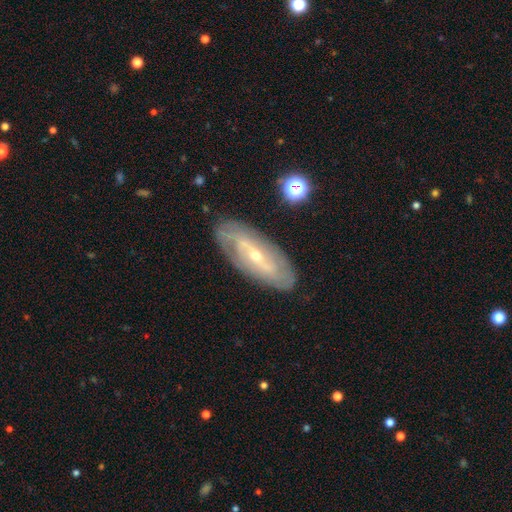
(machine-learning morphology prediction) Smooth or featured? featured or disk (79%)
Edge-on disk? no (86%)
Bar? weak (38%)
Spiral arms? yes (81%)
Spiral winding? tight (58%)
Spiral arm count? can't tell (44%)
Bulge size? small (62%)
Merging? none (82%)